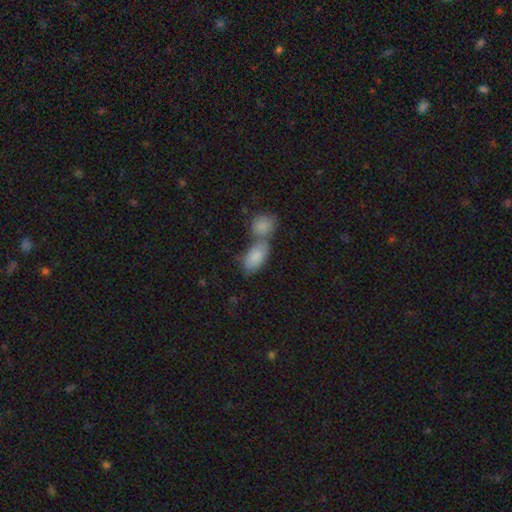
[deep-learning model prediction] Q: Smooth or featured?
A: smooth (85%); runner-up: featured or disk (8%)
Q: How rounded?
A: in between (91%); runner-up: round (5%)
Q: Merging?
A: merger (59%); runner-up: none (28%)